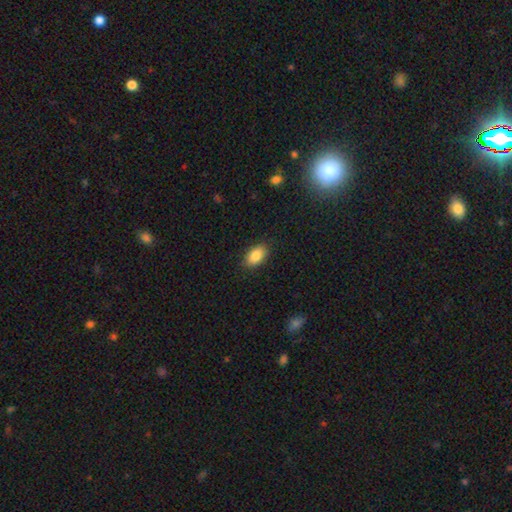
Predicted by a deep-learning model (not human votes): Overall: smooth (86%). How rounded: in between (91%). Merging: none (88%).